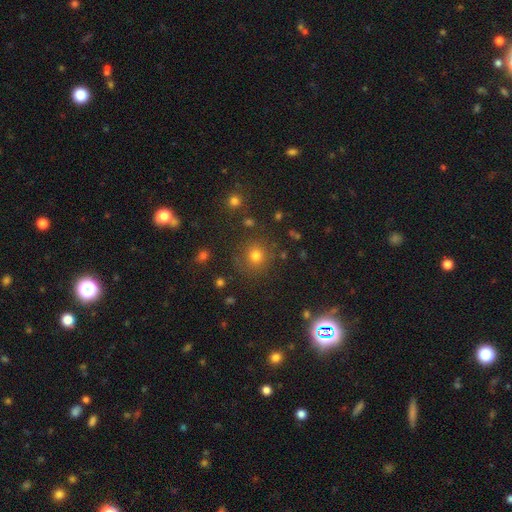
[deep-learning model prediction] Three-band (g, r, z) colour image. It shows a smooth galaxy with no disk features (75%) that is round (91%). Merging: none (84%).